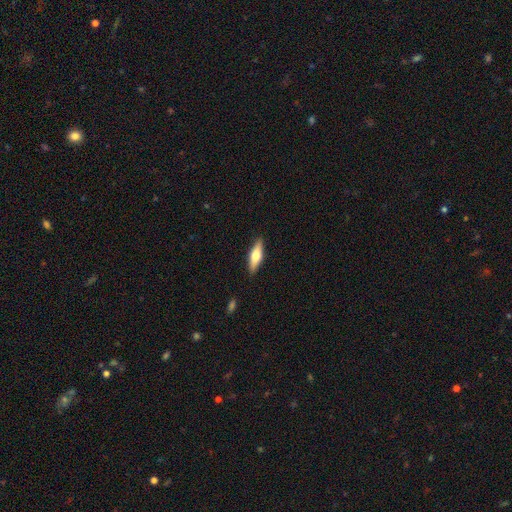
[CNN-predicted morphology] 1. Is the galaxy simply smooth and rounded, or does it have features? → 52% smooth, 42% featured or disk, 6% star or artifact.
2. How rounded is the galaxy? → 52% cigar-shaped, 46% in between, 2% round.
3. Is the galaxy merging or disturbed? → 89% none, 8% minor disturbance, 2% major disturbance, 1% merger.